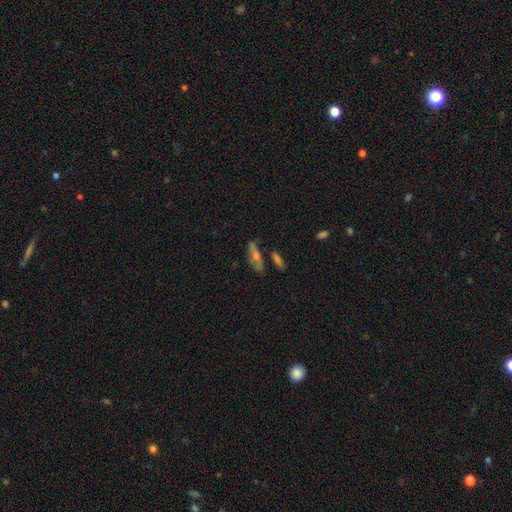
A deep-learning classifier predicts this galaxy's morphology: A featured or disk galaxy (53%).

Vote fractions:
- Smooth or featured? featured or disk: 53% / smooth: 35% / star or artifact: 12%
- Edge-on disk? no: 52% / yes: 48%
- Merging? none: 67% / minor disturbance: 17% / merger: 9% / major disturbance: 7%